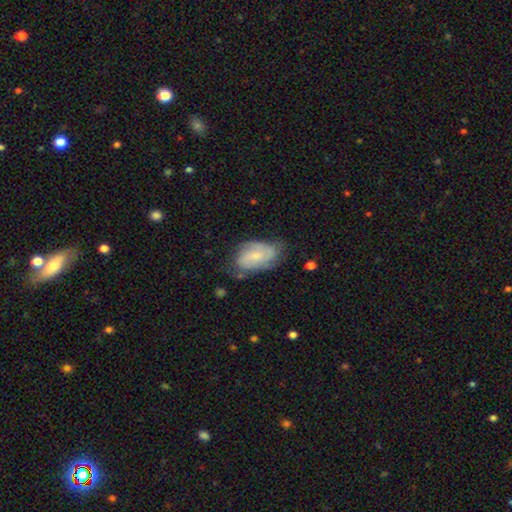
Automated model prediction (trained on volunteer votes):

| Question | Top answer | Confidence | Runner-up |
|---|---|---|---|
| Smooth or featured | featured or disk | 53% | smooth (40%) |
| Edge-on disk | no | 96% | yes (4%) |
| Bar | no | 53% | weak (39%) |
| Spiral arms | yes | 85% | no (15%) |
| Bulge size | small | 58% | moderate (28%) |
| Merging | none | 58% | minor disturbance (30%) |